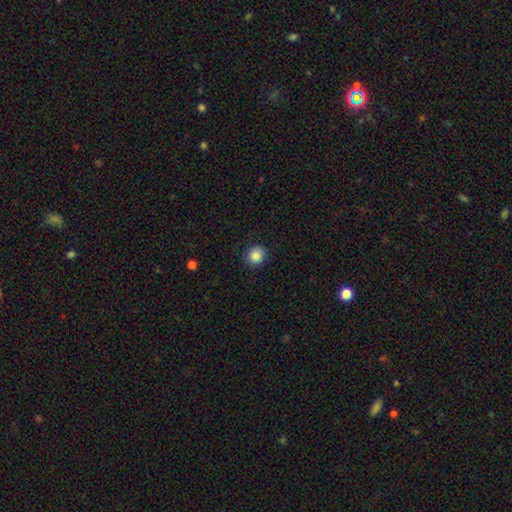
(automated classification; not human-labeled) Smooth or featured? Predicted: smooth (p=0.87). How rounded? Predicted: round (p=0.85). Merging? Predicted: none (p=0.85).